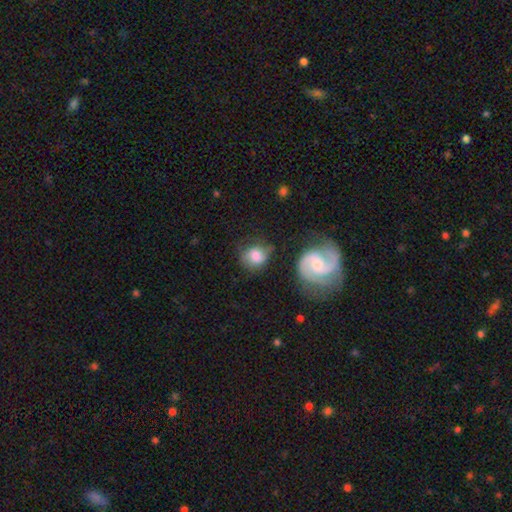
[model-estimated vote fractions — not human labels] Smooth or featured? smooth (66%)
How rounded? round (69%)
Merging? none (52%)